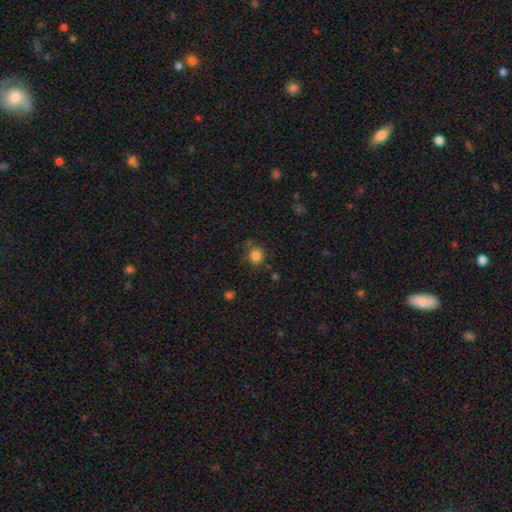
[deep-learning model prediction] smooth-or-featured: smooth: 82% | star or artifact: 12% | featured or disk: 5%
  how-rounded: round: 84% | in between: 15% | cigar-shaped: 1%
  merging: none: 77% | minor disturbance: 13% | merger: 6% | major disturbance: 4%